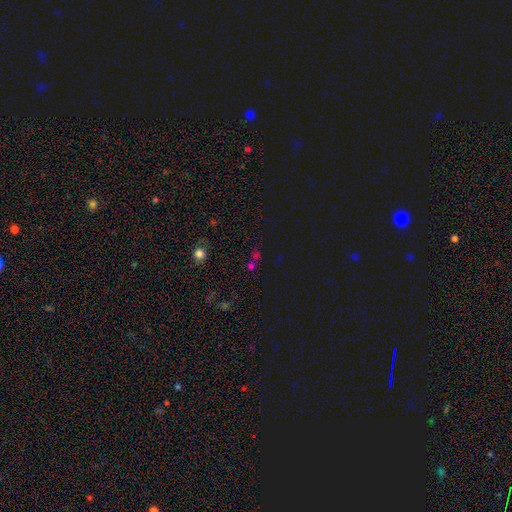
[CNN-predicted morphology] This appears to be a star or artifact, not a galaxy (57%).